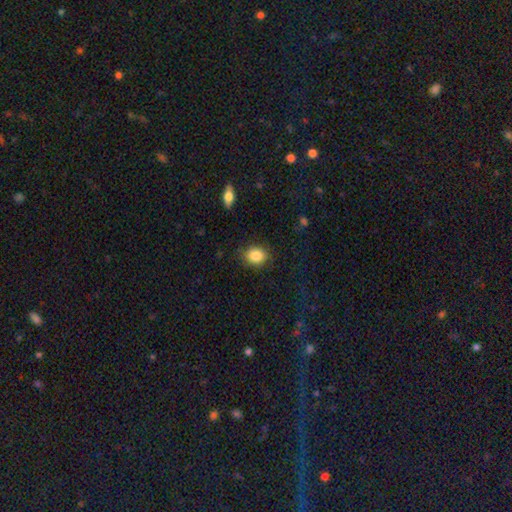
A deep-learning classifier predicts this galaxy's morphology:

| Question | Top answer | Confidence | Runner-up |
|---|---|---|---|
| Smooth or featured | smooth | 86% | star or artifact (9%) |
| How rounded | round | 54% | in between (45%) |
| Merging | none | 84% | minor disturbance (12%) |